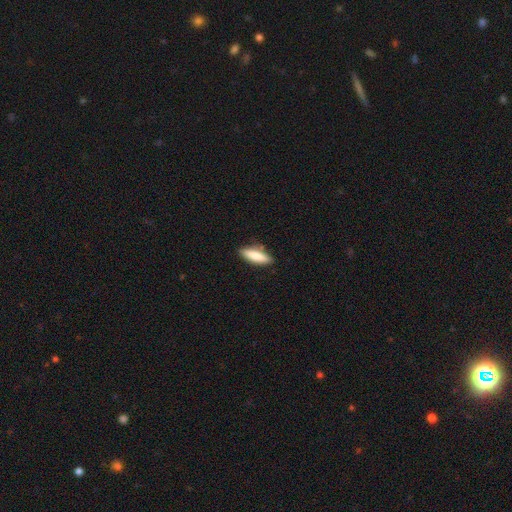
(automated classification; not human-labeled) Smooth or featured? Predicted: smooth (p=0.78). How rounded? Predicted: cigar-shaped (p=0.53). Merging? Predicted: none (p=0.81).